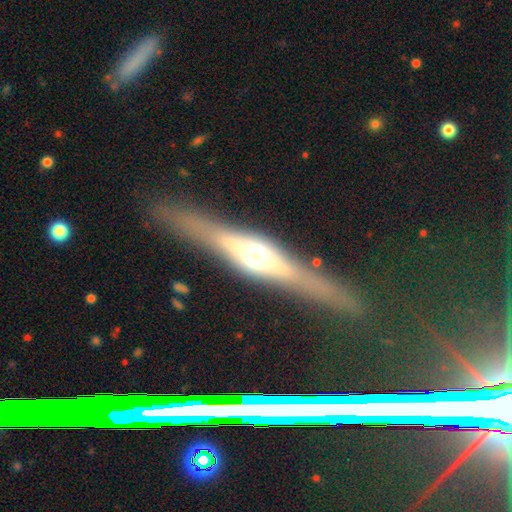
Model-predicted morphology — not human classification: Smooth or featured? featured or disk (60%)
Edge-on disk? yes (89%)
Edge-on bulge? rounded (92%)
Merging? none (83%)